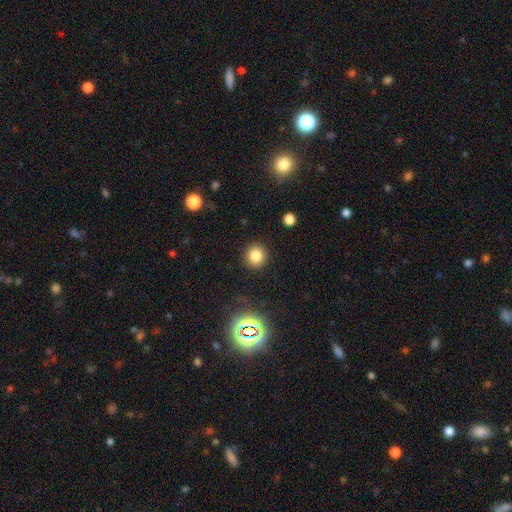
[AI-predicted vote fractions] This is clearly a smooth galaxy (81%). How rounded: clearly round (91%). Merging: clearly none (90%).